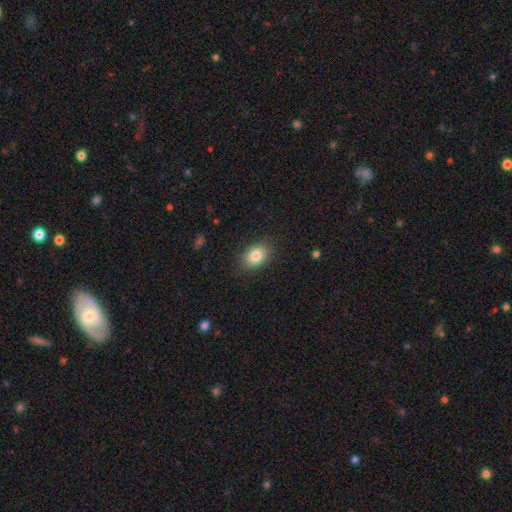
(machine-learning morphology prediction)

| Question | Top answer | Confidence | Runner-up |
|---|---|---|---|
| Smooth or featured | smooth | 83% | star or artifact (9%) |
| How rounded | in between | 74% | round (24%) |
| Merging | none | 84% | minor disturbance (11%) |